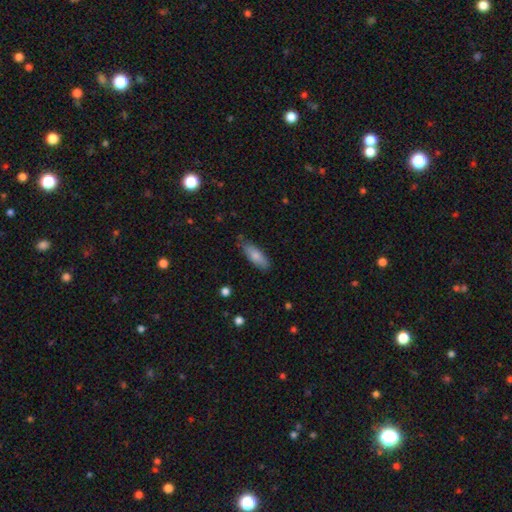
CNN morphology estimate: A smooth galaxy with no disk features (80%) that is in between round and cigar-shaped (66%). Merging: none (78%).